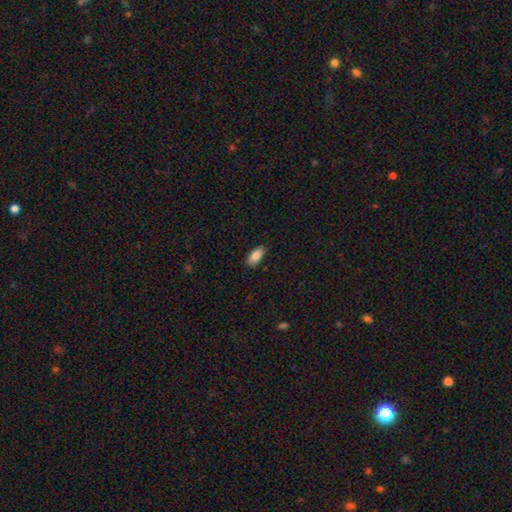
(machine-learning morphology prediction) smooth 86%, featured or disk 7%, star or artifact 7%. Down the decision tree: how rounded — in between (90%); merging — none (88%).